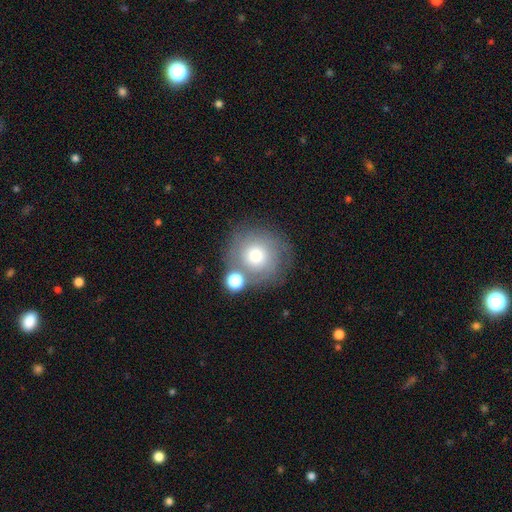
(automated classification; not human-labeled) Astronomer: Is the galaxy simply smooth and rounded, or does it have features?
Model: smooth — 55% (runner-up: featured or disk, 33%).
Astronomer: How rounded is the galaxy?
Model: round — 91%.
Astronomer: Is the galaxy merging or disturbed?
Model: none — 66%.